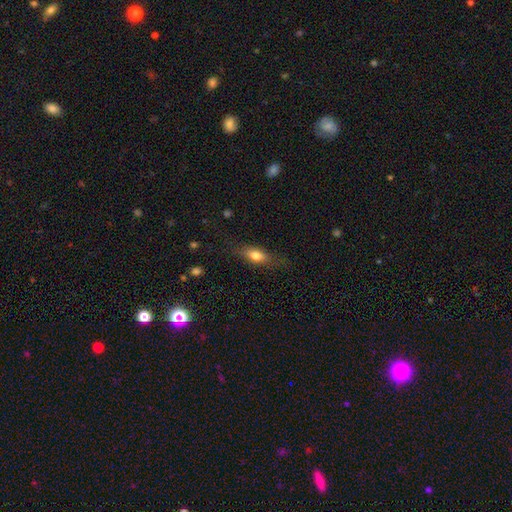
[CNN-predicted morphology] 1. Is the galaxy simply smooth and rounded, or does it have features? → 71% smooth, 20% featured or disk, 8% star or artifact.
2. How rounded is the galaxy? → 68% in between, 25% cigar-shaped, 7% round.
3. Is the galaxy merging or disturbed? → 74% none, 18% minor disturbance, 7% major disturbance, 1% merger.